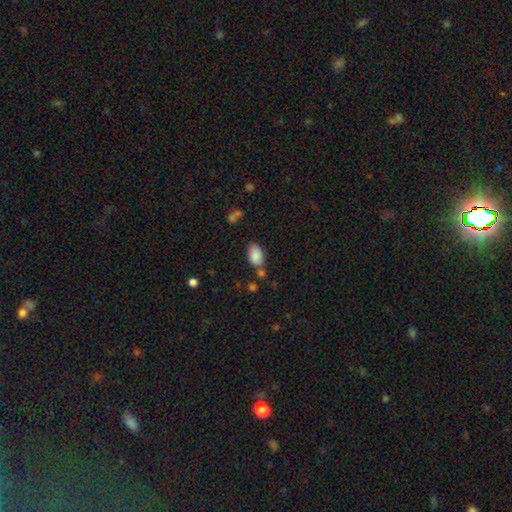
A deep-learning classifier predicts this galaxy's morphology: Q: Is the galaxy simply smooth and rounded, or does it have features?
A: smooth — 87%.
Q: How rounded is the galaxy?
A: in between — 91%.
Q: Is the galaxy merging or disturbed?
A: none — 66%.